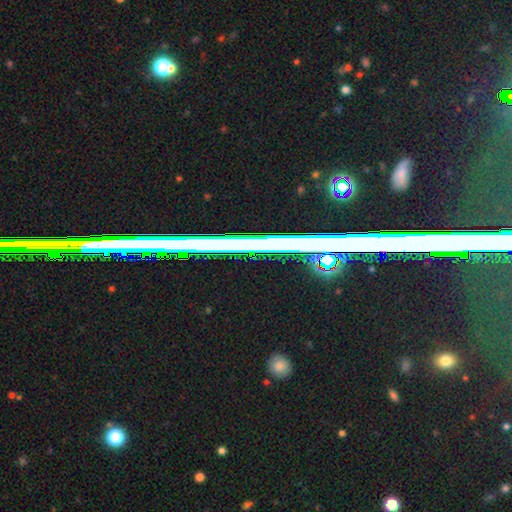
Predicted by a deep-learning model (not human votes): smooth_or_featured: star or artifact (p=0.75) [alt: featured or disk p=0.15]